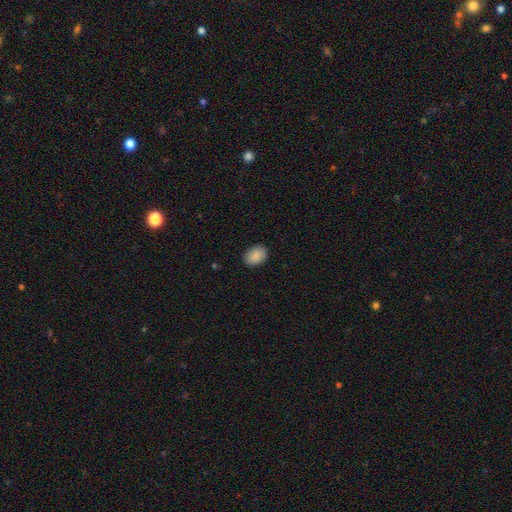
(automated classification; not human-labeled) Smooth or featured? smooth (89%)
How rounded? in between (74%)
Merging? none (87%)